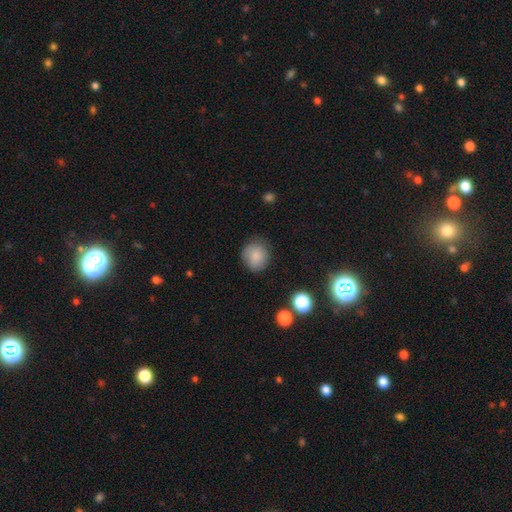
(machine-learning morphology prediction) Smooth or featured? Predicted: smooth (p=0.81). How rounded? Predicted: round (p=0.84). Merging? Predicted: none (p=0.77).